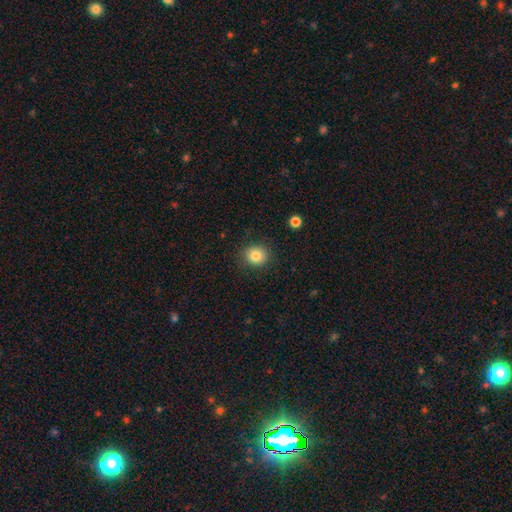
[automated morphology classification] A smooth galaxy with no disk features (83%) that is round (82%).

Vote fractions:
- Smooth or featured? smooth: 83% / star or artifact: 10% / featured or disk: 7%
- How rounded? round: 82% / in between: 17% / cigar-shaped: 1%
- Merging? none: 87% / minor disturbance: 9% / major disturbance: 3% / merger: 1%